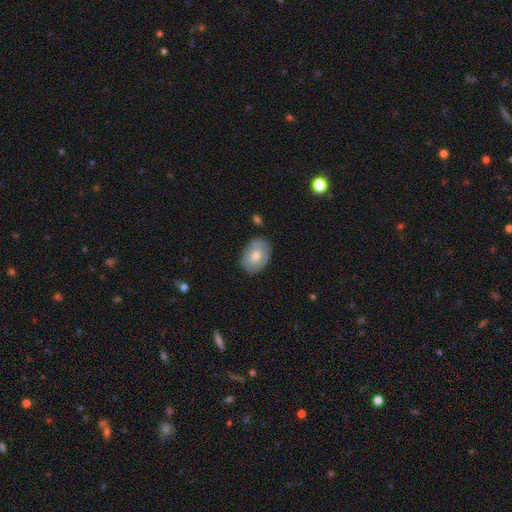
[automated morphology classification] This is likely a smooth galaxy (64%). How rounded: likely in between (77%). Merging: clearly none (82%).